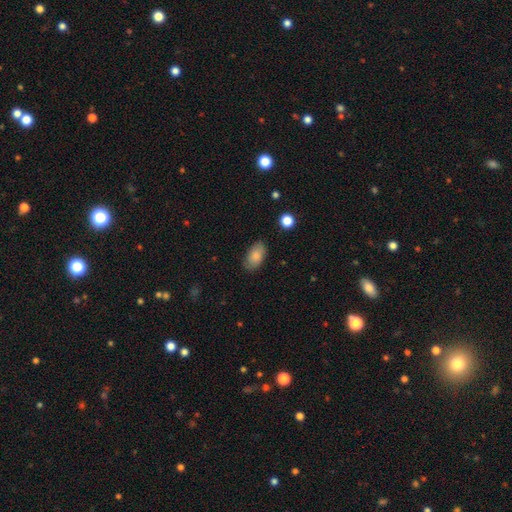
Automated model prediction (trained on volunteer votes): Smooth or featured? Predicted: smooth (p=0.83). How rounded? Predicted: in between (p=0.93). Merging? Predicted: none (p=0.81).